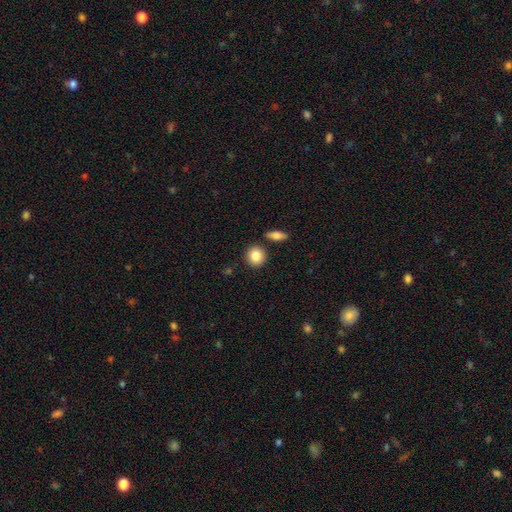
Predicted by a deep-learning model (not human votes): Smooth or featured? Predicted: smooth (p=0.85). How rounded? Predicted: round (p=0.84). Merging? Predicted: none (p=0.84).